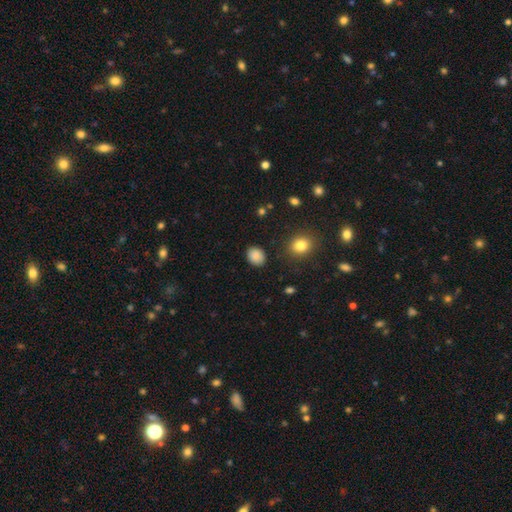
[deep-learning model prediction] This is clearly a smooth galaxy (87%). How rounded: possibly in between (52%). Merging: clearly none (86%).